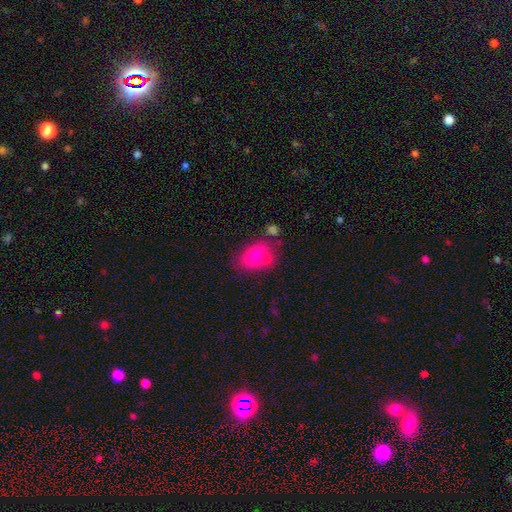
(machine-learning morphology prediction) This is likely a smooth galaxy (76%). How rounded: likely in between (76%). Merging: possibly none (56%).